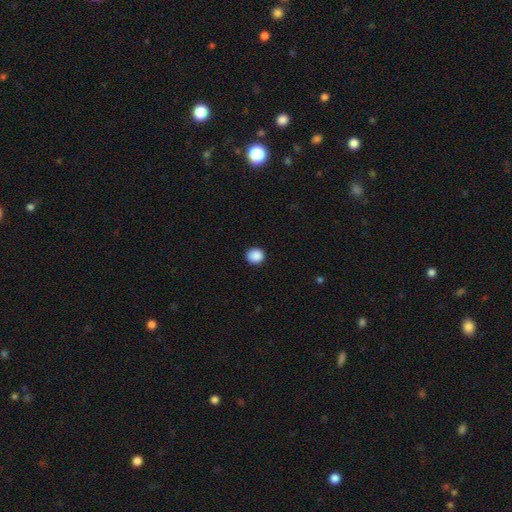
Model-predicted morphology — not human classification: type=smooth (89%); roundness=round (85%); merging=none (91%).